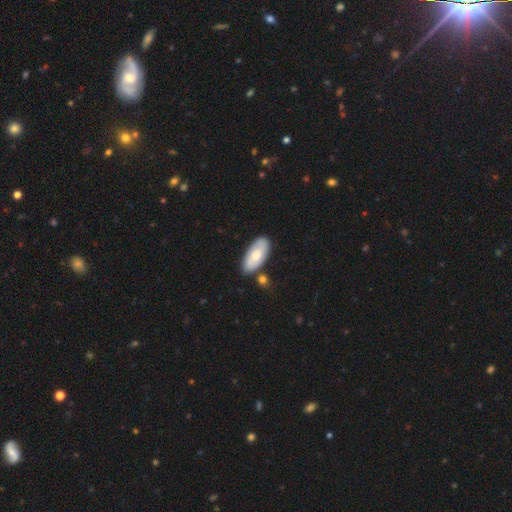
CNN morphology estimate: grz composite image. It shows a smooth galaxy with no disk features (66%) that is in between round and cigar-shaped (90%). Merging: none (73%).